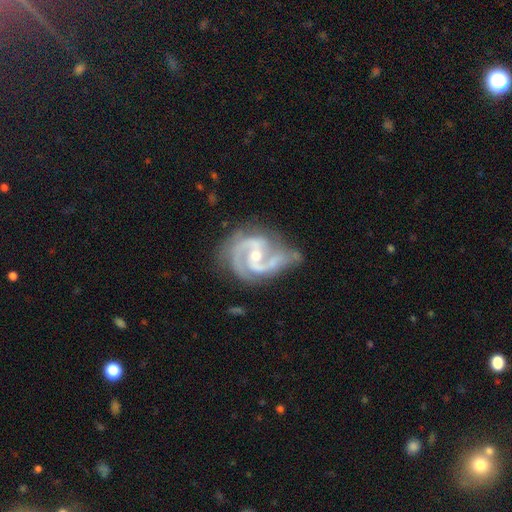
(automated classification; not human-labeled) smooth_or_featured: featured or disk (p=0.93) [alt: star or artifact p=0.04]
disk_edge_on: no (p=0.98) [alt: yes p=0.02]
bar: weak (p=0.44) [alt: no p=0.30]
has_spiral_arms: yes (p=0.98) [alt: no p=0.02]
spiral_winding: medium (p=0.58) [alt: tight p=0.31]
spiral_arm_count: 2 (p=0.76) [alt: 3 p=0.14]
bulge_size: small (p=0.50) [alt: moderate p=0.47]
merging: none (p=0.55) [alt: minor disturbance p=0.26]